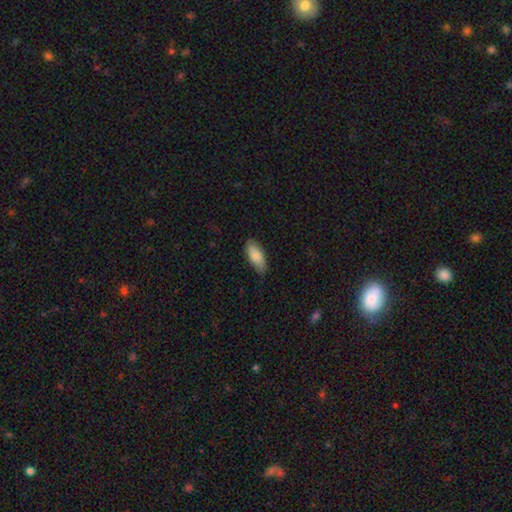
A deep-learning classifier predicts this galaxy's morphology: Smooth or featured: smooth — 85% (featured or disk — 9%)
How rounded: in between — 80% (cigar-shaped — 18%)
Merging: none — 80% (minor disturbance — 16%)